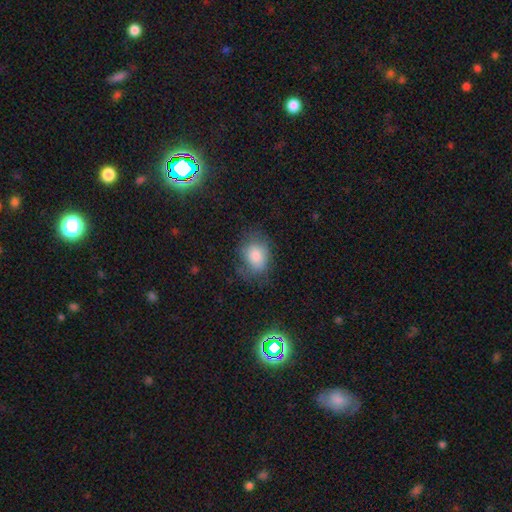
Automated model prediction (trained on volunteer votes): This appears to be a smooth galaxy with no disk features (79%) that is in between round and cigar-shaped (61%). Merging: none (60%).